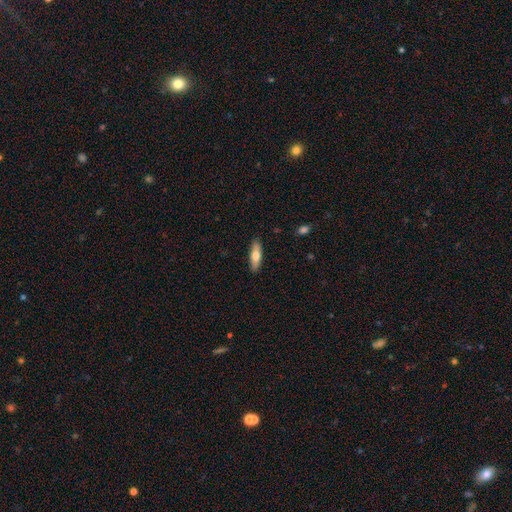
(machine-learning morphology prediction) Smooth or featured: smooth — 68% (featured or disk — 27%)
How rounded: cigar-shaped — 56% (in between — 42%)
Merging: none — 89% (minor disturbance — 8%)